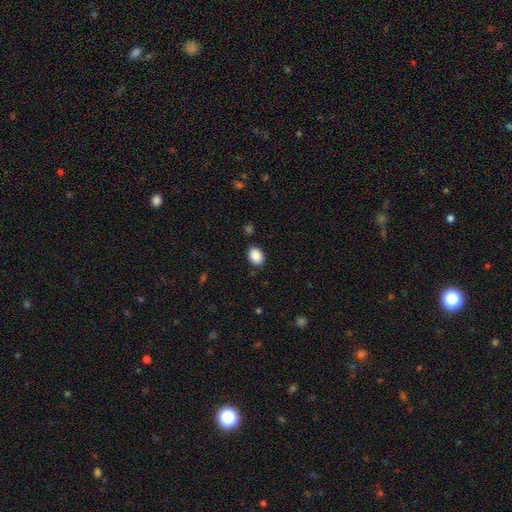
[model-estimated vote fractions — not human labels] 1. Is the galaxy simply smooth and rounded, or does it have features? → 89% smooth, 8% star or artifact, 3% featured or disk.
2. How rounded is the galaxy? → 74% in between, 25% round, 1% cigar-shaped.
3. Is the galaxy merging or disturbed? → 86% none, 10% minor disturbance, 2% major disturbance, 2% merger.